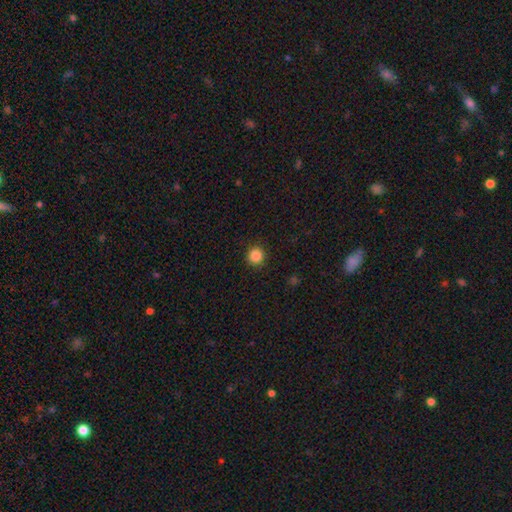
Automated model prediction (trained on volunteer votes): Smooth or featured?
  - smooth: 87% *
  - star or artifact: 10%
  - featured or disk: 3%
How rounded?
  - round: 94% *
  - in between: 5%
  - cigar-shaped: 1%
Merging?
  - none: 92% *
  - minor disturbance: 5%
  - major disturbance: 2%
  - merger: 1%